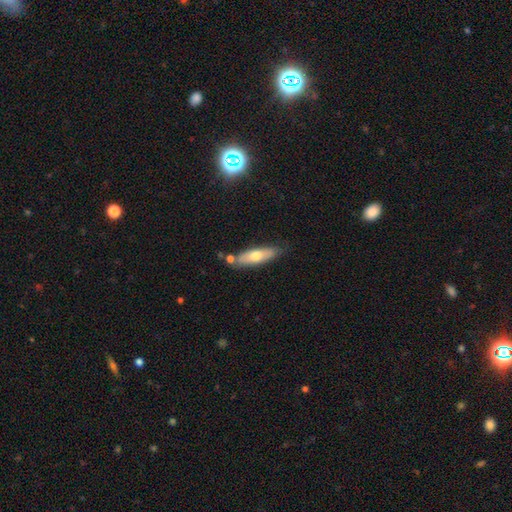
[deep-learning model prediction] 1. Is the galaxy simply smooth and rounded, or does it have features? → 61% smooth, 32% featured or disk, 7% star or artifact.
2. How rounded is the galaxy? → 59% cigar-shaped, 39% in between, 2% round.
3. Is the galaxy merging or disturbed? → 72% none, 16% minor disturbance, 9% merger, 3% major disturbance.